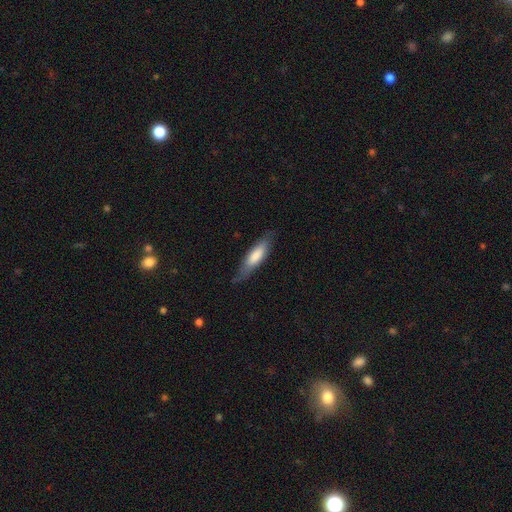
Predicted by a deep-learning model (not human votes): This appears to be a smooth galaxy with no disk features (71%) that is cigar-shaped (62%). Merging: none (73%).